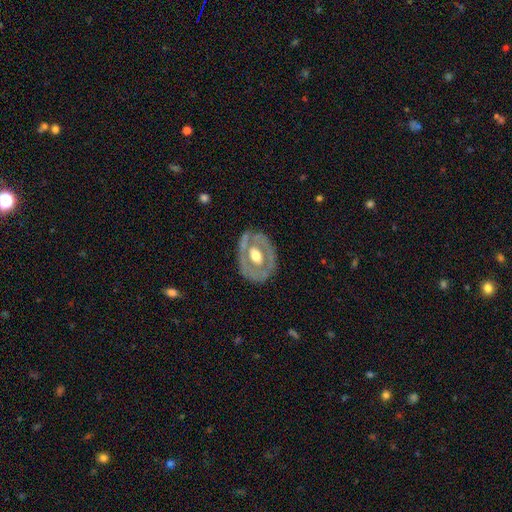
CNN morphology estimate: Overall: featured or disk (67%; smooth 28%). Edge-on disk: no (93%). Bar: no (69%). Spiral arms: no (78%). Bulge size: moderate (60%; large 32%). Merging: none (72%).